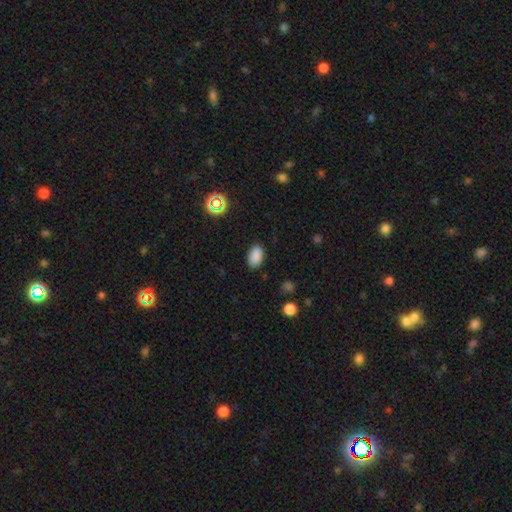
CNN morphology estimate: type=smooth (86%); roundness=in between (91%); merging=none (86%).